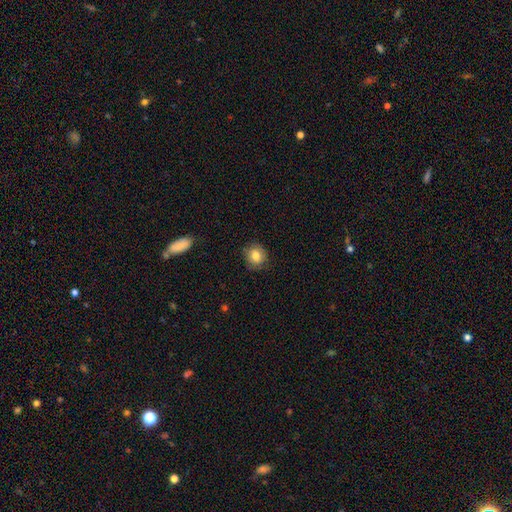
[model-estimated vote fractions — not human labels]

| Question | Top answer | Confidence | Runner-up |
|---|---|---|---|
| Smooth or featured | smooth | 80% | featured or disk (10%) |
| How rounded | round | 83% | in between (16%) |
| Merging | none | 83% | minor disturbance (13%) |